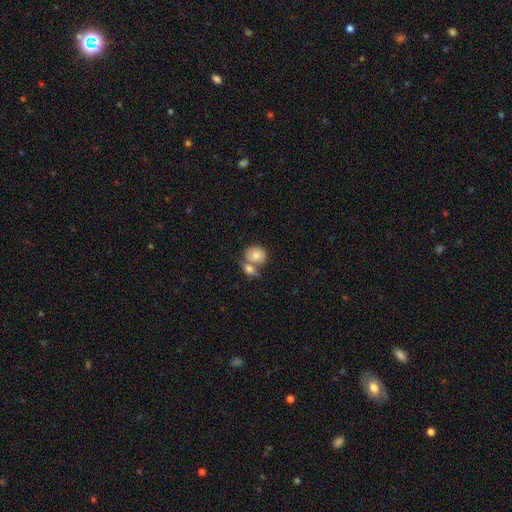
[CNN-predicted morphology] The model was most divided on "how rounded": round: 56%, in between: 42%, cigar-shaped: 1%. More confident: smooth or featured — smooth (76%); merging — merger (52%).